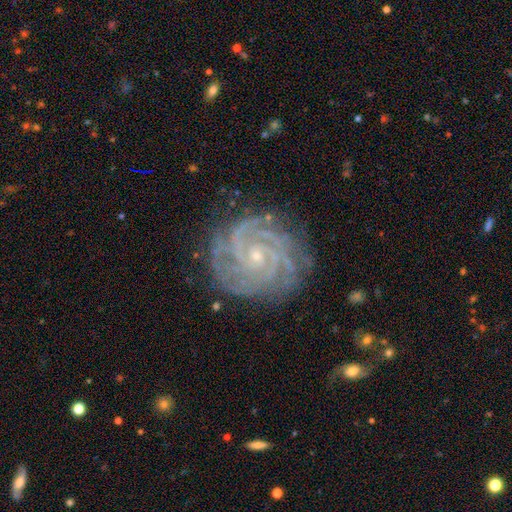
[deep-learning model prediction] A featured or disk galaxy (90%) with no bar (71%), 4 (26%) tight (80%) spiral arms (99%) and a small central bulge (79%). Merging: none (82%).